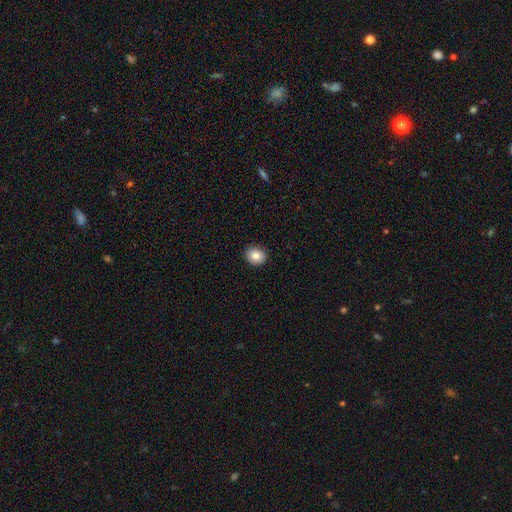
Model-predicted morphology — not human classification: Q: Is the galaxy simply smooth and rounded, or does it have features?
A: smooth — 85%.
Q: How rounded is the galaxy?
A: round — 76%.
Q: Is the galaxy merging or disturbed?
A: none — 92%.